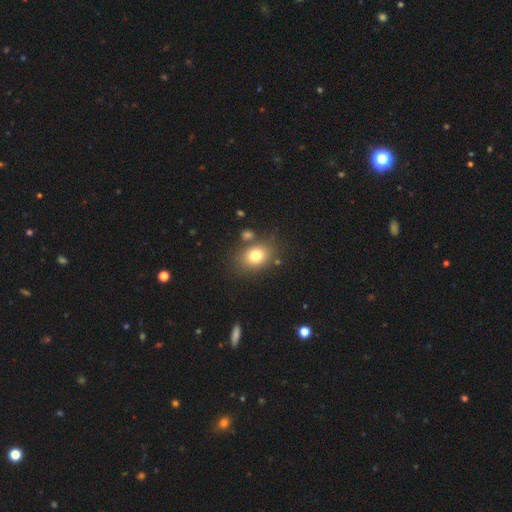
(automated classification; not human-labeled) Smooth or featured: smooth — 77% (featured or disk — 12%)
How rounded: in between — 60% (round — 39%)
Merging: none — 73% (minor disturbance — 13%)